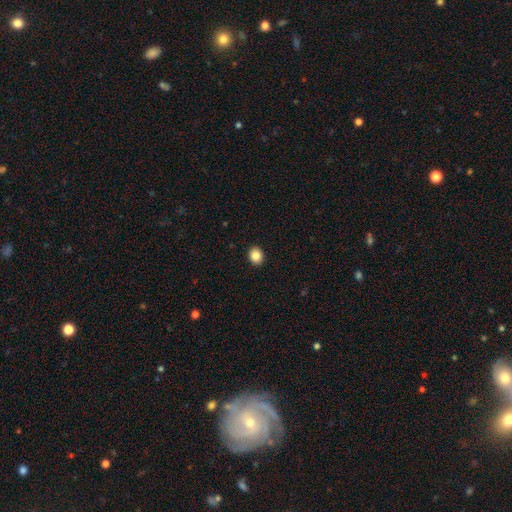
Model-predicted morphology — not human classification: Smooth or featured: smooth — 87% (star or artifact — 9%)
How rounded: round — 54% (in between — 45%)
Merging: none — 91% (minor disturbance — 6%)